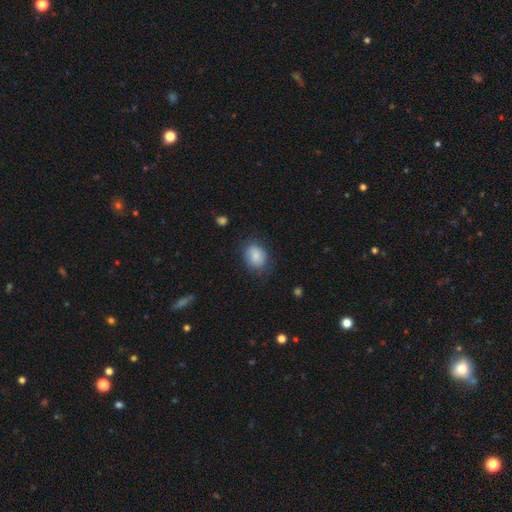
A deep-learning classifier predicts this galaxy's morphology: Smooth or featured: smooth — 85% (featured or disk — 8%)
How rounded: in between — 56% (round — 43%)
Merging: none — 76% (minor disturbance — 17%)